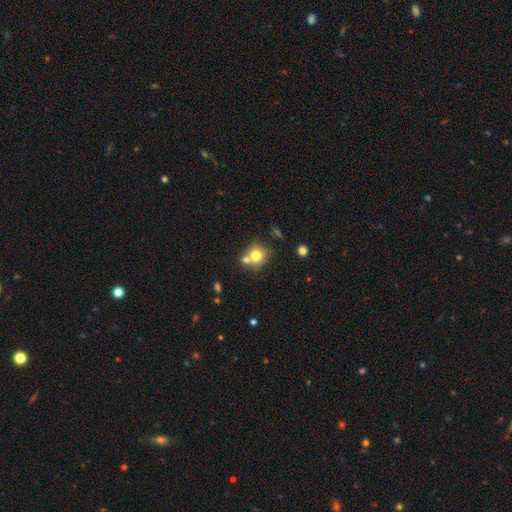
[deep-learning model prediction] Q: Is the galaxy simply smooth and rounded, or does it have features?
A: smooth — 74%.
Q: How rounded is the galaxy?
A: round — 82%.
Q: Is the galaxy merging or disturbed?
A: none — 51%.